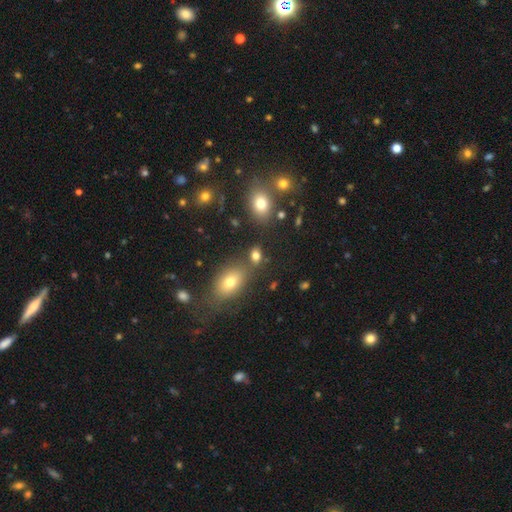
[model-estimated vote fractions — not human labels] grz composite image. It shows a smooth galaxy with no disk features (76%) that is in between round and cigar-shaped (73%). Merging: none (68%).